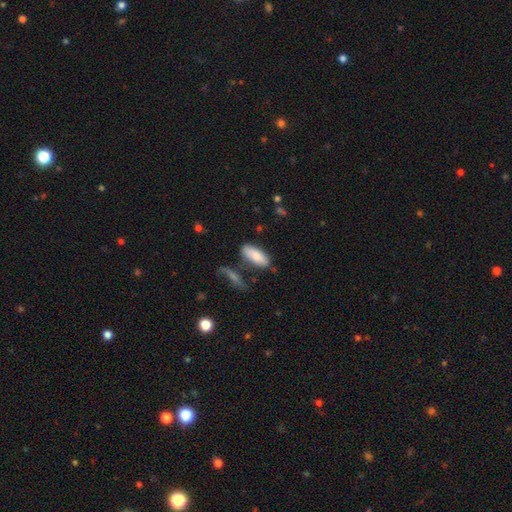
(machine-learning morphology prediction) A smooth galaxy with no disk features (77%) that is in between round and cigar-shaped (81%). Merging: none (69%).